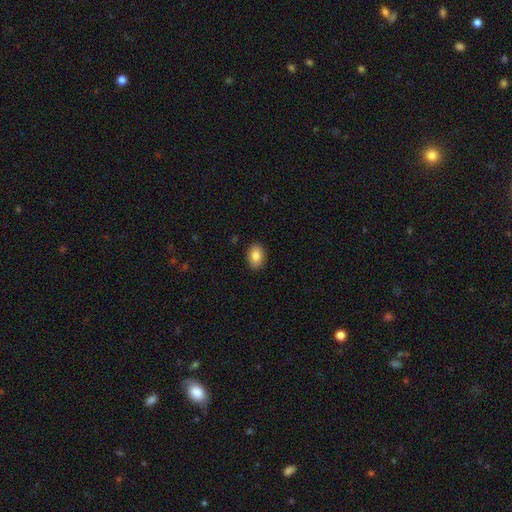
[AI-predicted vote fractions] smooth-or-featured: smooth: 84% | featured or disk: 8% | star or artifact: 8%
  how-rounded: in between: 78% | round: 21% | cigar-shaped: 1%
  merging: none: 89% | minor disturbance: 8% | major disturbance: 2% | merger: 1%